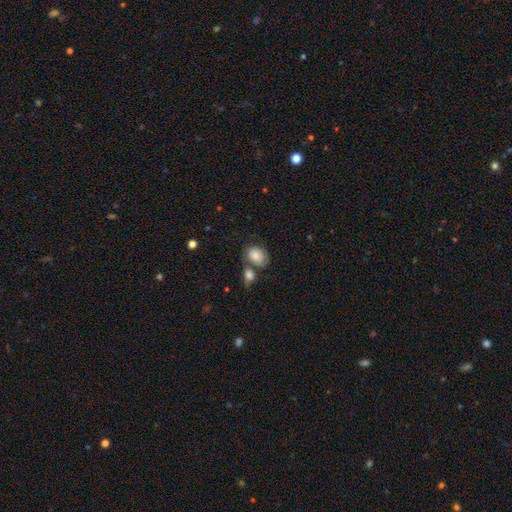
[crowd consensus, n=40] This is likely a smooth galaxy (70%). How rounded: likely in between (68%). Merging: likely merger (61%).